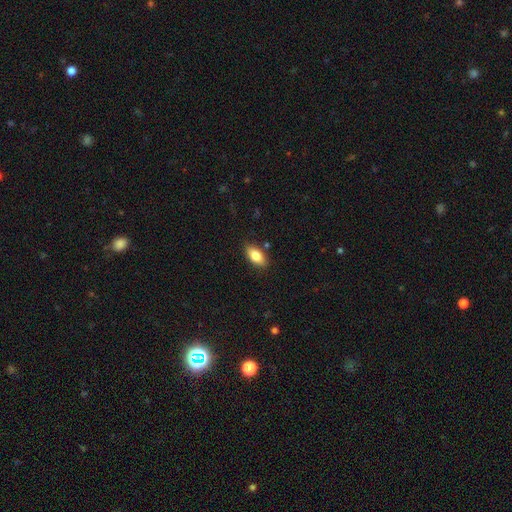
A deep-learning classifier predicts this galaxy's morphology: Q: Smooth or featured?
A: smooth (83%); runner-up: featured or disk (10%)
Q: How rounded?
A: in between (90%); runner-up: cigar-shaped (6%)
Q: Merging?
A: none (84%); runner-up: minor disturbance (11%)